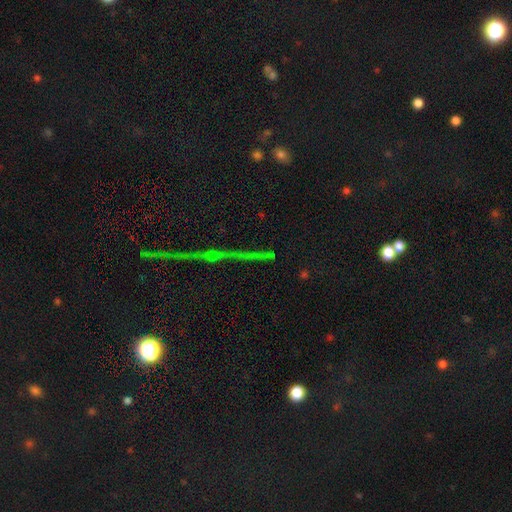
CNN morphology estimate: Overall: star or artifact (70%).